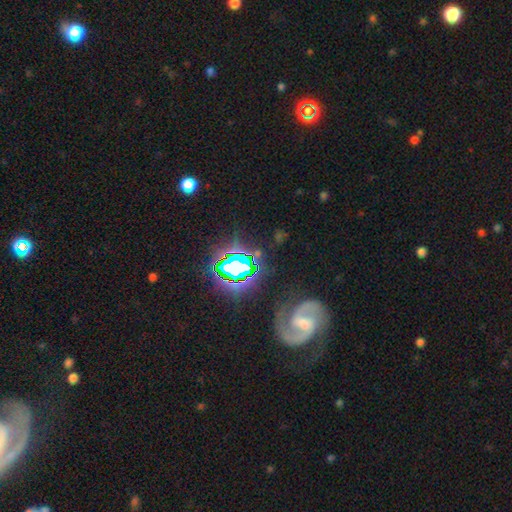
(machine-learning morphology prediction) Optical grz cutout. It shows a featured or disk galaxy (42%). Merging: none (72%).